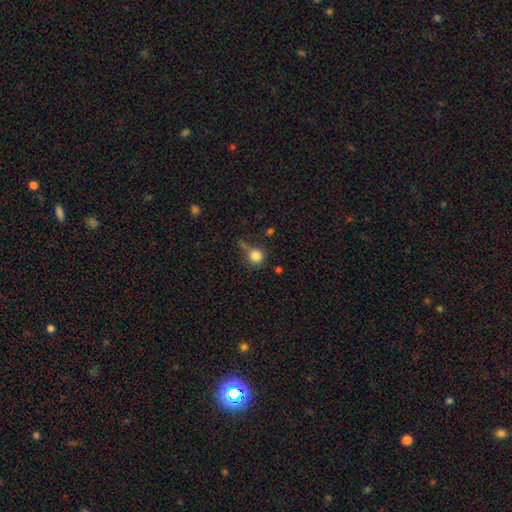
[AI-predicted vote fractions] Smooth or featured?
  - smooth: 83% *
  - star or artifact: 11%
  - featured or disk: 6%
How rounded?
  - round: 90% *
  - in between: 9%
  - cigar-shaped: 1%
Merging?
  - none: 56% *
  - minor disturbance: 22%
  - merger: 12%
  - major disturbance: 11%